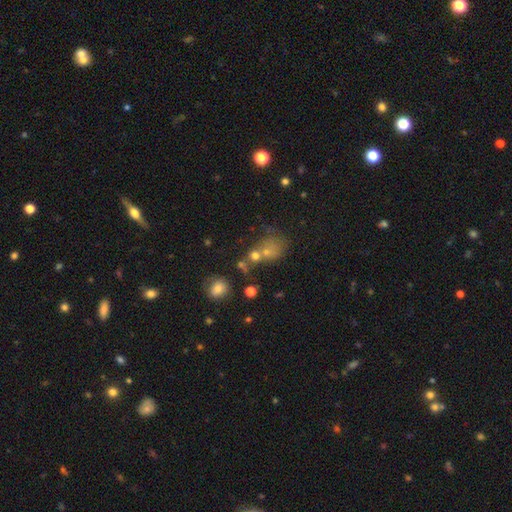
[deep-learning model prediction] The model was most divided on "merging": merger: 38%, none: 36%, minor disturbance: 13%, major disturbance: 13%. More confident: how rounded — round (59%); smooth or featured — smooth (57%).